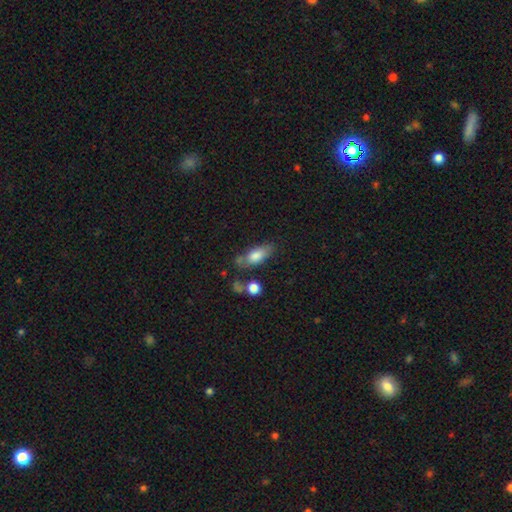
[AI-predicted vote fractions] Morphology: type=smooth (76%); roundness=in between (77%); merging=none (56%).